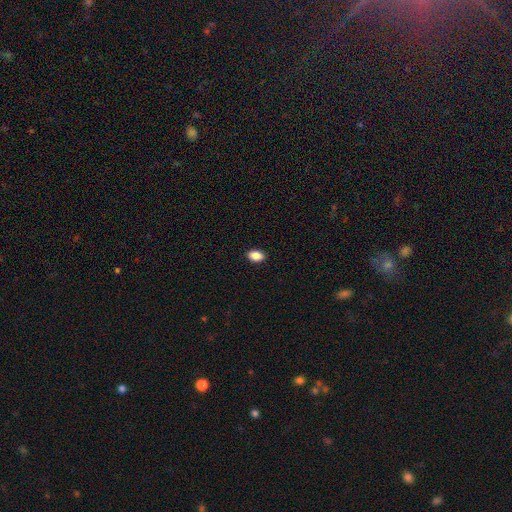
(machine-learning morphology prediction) smooth_or_featured: smooth (p=0.88) [alt: star or artifact p=0.08]
how_rounded: in between (p=0.87) [alt: round p=0.12]
merging: none (p=0.91) [alt: minor disturbance p=0.07]